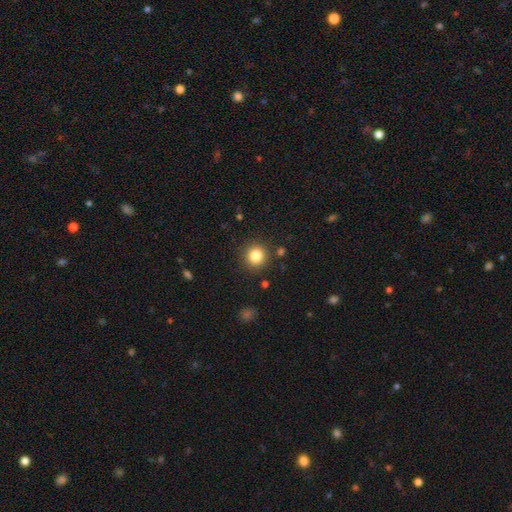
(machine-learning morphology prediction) This appears to be a smooth galaxy with no disk features (84%) that is round (91%). Merging: none (88%).